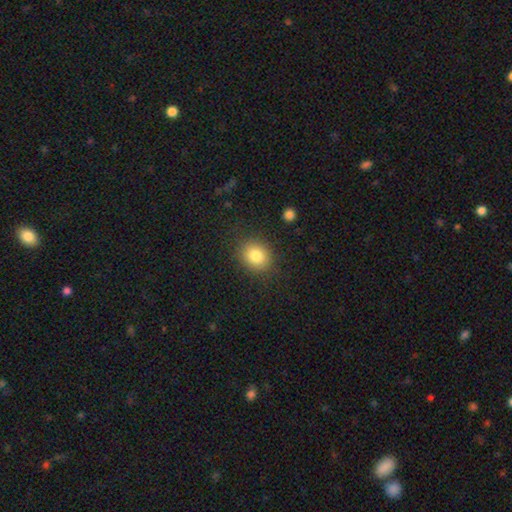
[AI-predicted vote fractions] This is clearly a smooth galaxy (82%). How rounded: likely round (71%). Merging: clearly none (86%).